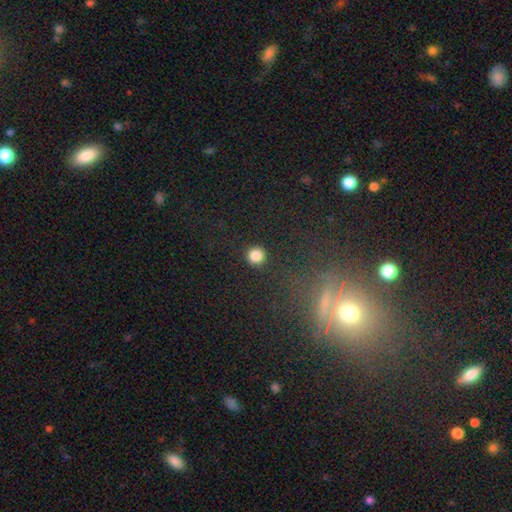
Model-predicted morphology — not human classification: Smooth or featured?
  - smooth: 84% *
  - star or artifact: 12%
  - featured or disk: 4%
How rounded?
  - round: 94% *
  - in between: 5%
  - cigar-shaped: 1%
Merging?
  - none: 92% *
  - minor disturbance: 5%
  - major disturbance: 2%
  - merger: 1%